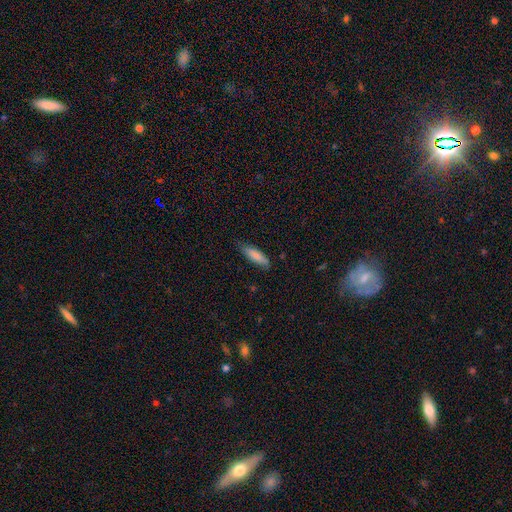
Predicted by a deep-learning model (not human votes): Overall: smooth (84%). How rounded: cigar-shaped (61%; in between 37%). Merging: none (79%).